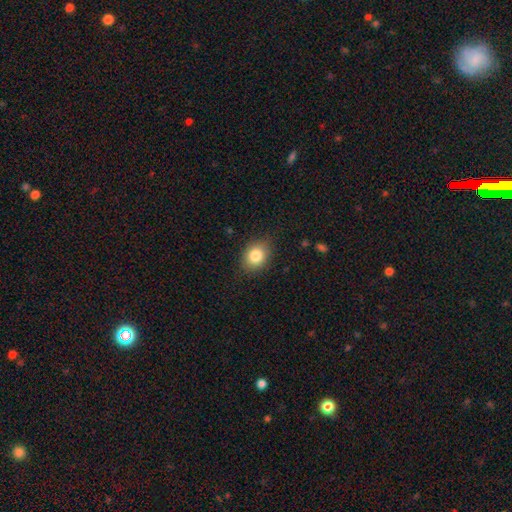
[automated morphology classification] A smooth galaxy with no disk features (83%) that is in between round and cigar-shaped (58%). Merging: none (84%).